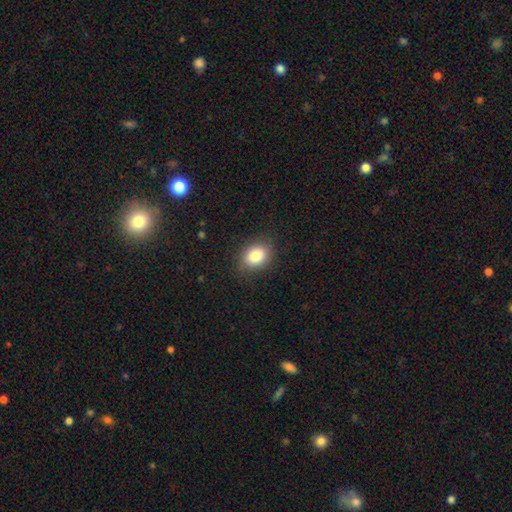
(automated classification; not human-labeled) This appears to be a smooth galaxy with no disk features (85%) that is in between round and cigar-shaped (65%). Merging: none (84%).